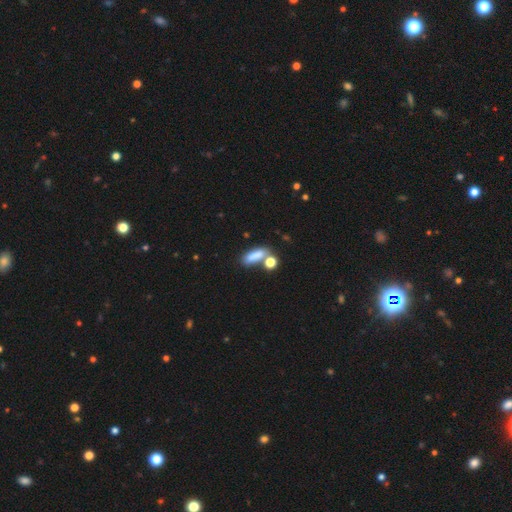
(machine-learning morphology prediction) Smooth or featured?
  - smooth: 80% *
  - star or artifact: 11%
  - featured or disk: 10%
How rounded?
  - in between: 61% *
  - cigar-shaped: 30%
  - round: 9%
Merging?
  - none: 50% *
  - merger: 28%
  - minor disturbance: 14%
  - major disturbance: 7%